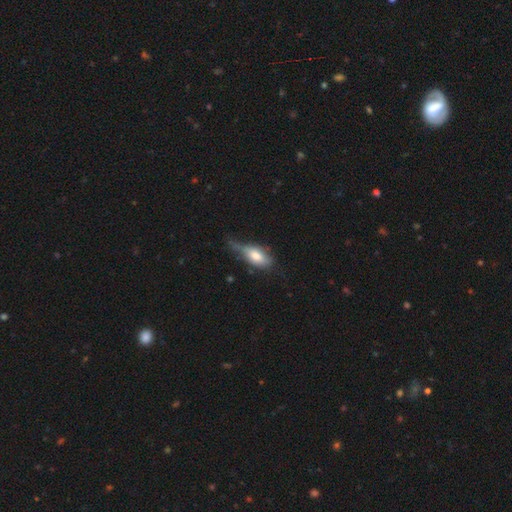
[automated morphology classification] smooth-or-featured: smooth: 68% | featured or disk: 24% | star or artifact: 7%
  how-rounded: in between: 83% | cigar-shaped: 12% | round: 5%
  merging: minor disturbance: 41% | none: 33% | major disturbance: 21% | merger: 5%